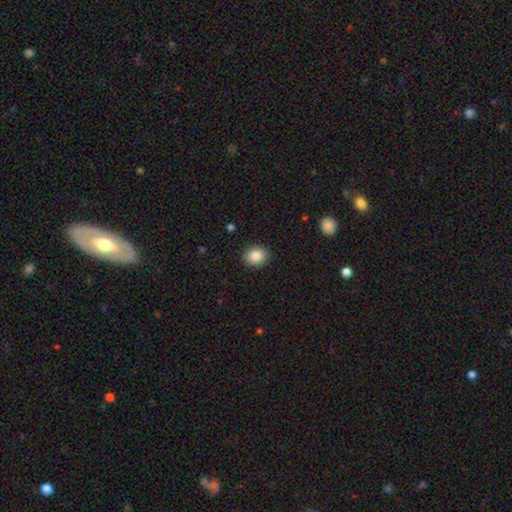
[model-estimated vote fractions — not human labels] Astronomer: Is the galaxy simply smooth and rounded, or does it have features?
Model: smooth — 86%.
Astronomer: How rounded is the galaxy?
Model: round — 67%.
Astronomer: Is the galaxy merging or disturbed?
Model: none — 90%.